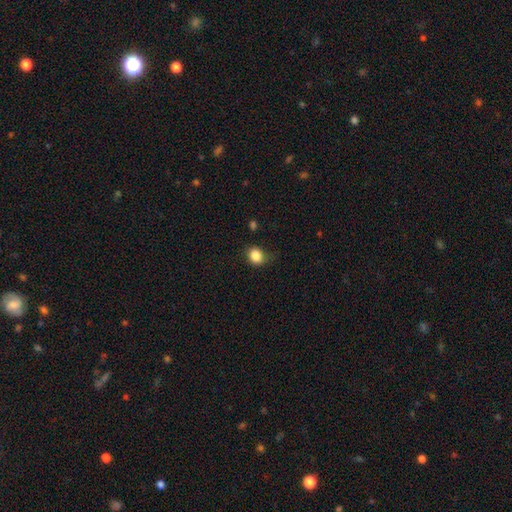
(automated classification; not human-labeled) Smooth or featured? smooth (85%)
How rounded? round (57%)
Merging? none (72%)